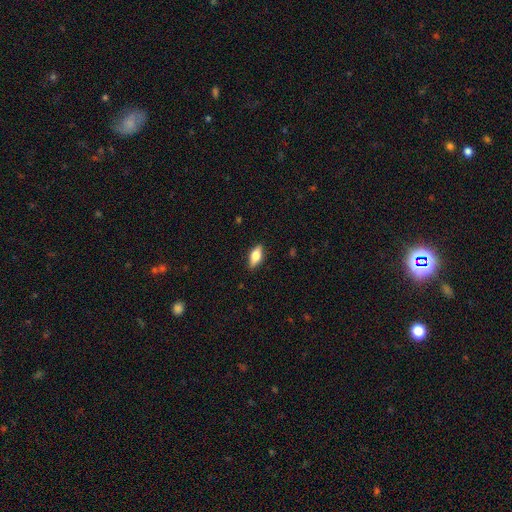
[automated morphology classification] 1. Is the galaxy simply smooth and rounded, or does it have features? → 66% smooth, 27% featured or disk, 7% star or artifact.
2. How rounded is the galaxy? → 79% in between, 17% cigar-shaped, 4% round.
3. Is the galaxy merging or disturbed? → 87% none, 10% minor disturbance, 2% major disturbance, 1% merger.